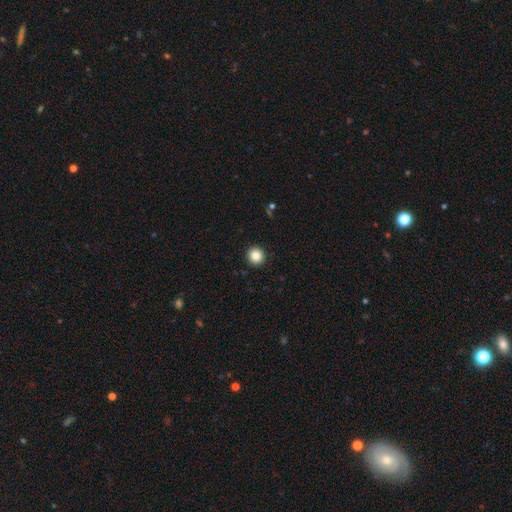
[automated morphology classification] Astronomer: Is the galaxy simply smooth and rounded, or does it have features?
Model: smooth — 85%.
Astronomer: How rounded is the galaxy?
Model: round — 95%.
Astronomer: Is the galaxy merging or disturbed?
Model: none — 93%.